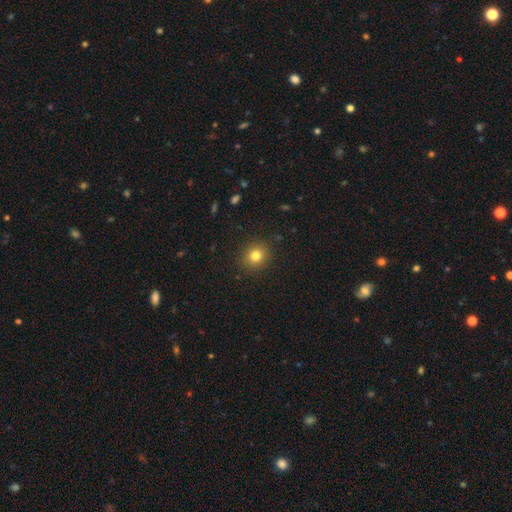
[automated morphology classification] smooth 80%, star or artifact 13%, featured or disk 7%. Down the decision tree: how rounded — round (79%); merging — none (89%).